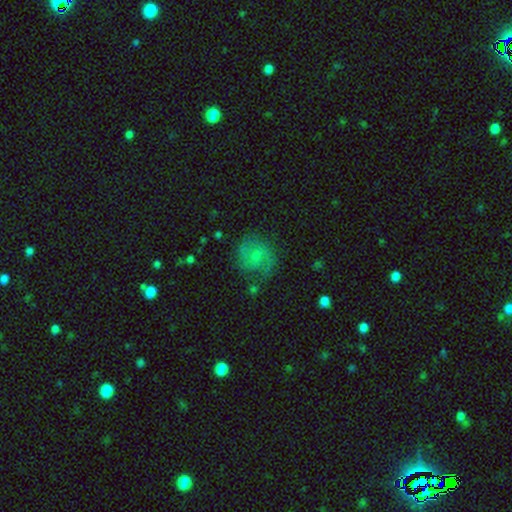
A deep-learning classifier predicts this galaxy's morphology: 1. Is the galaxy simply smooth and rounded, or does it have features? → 62% featured or disk, 29% smooth, 9% star or artifact.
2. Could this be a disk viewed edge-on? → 98% no, 2% yes.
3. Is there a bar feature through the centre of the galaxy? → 56% no, 38% weak, 6% strong.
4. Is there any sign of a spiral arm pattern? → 90% yes, 10% no.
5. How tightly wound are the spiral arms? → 50% medium, 25% tight, 24% loose.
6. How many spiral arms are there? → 76% 2, 10% can't tell, 6% 1, 4% 3, 2% 4, 2% more than 4.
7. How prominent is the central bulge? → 58% small, 30% moderate, 9% none, 2% large, 1% dominant.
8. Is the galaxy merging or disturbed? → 67% none, 20% minor disturbance, 10% major disturbance, 2% merger.